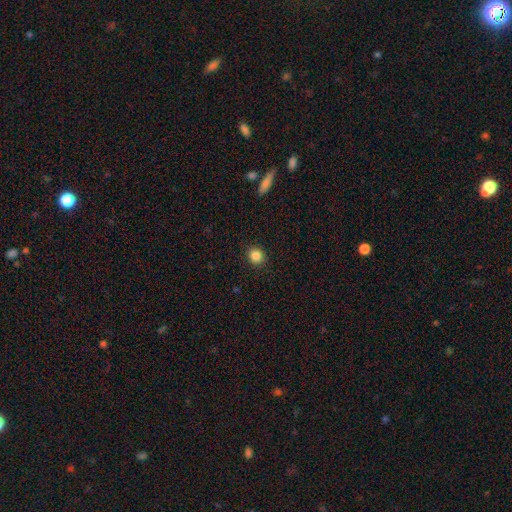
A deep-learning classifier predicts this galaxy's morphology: This appears to be a smooth galaxy with no disk features (86%) that is round (86%). Merging: none (91%).